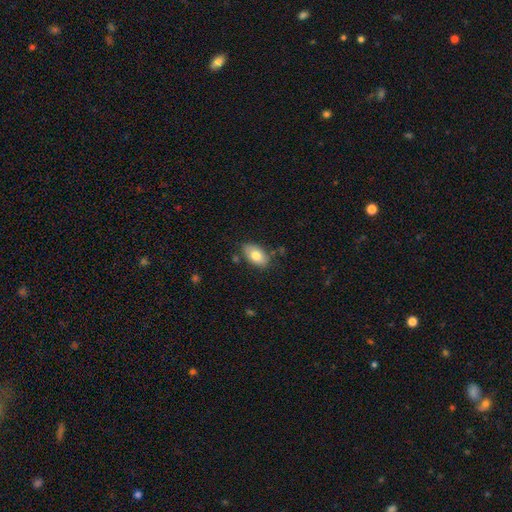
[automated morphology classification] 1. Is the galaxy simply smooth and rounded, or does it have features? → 76% smooth, 17% featured or disk, 7% star or artifact.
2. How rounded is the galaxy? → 92% in between, 6% round, 2% cigar-shaped.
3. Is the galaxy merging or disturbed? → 77% none, 16% minor disturbance, 4% merger, 3% major disturbance.